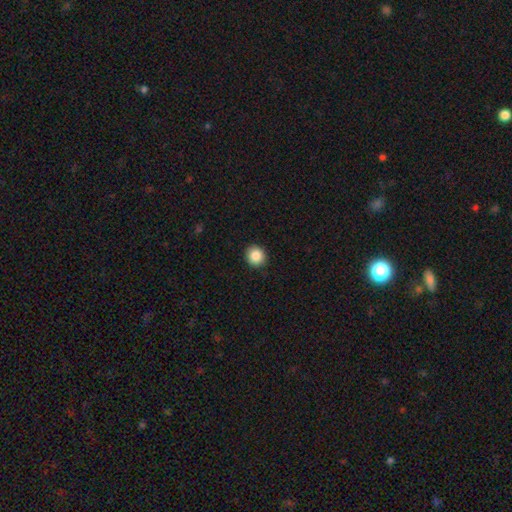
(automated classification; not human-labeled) Overall: smooth (87%). How rounded: round (87%). Merging: none (91%).